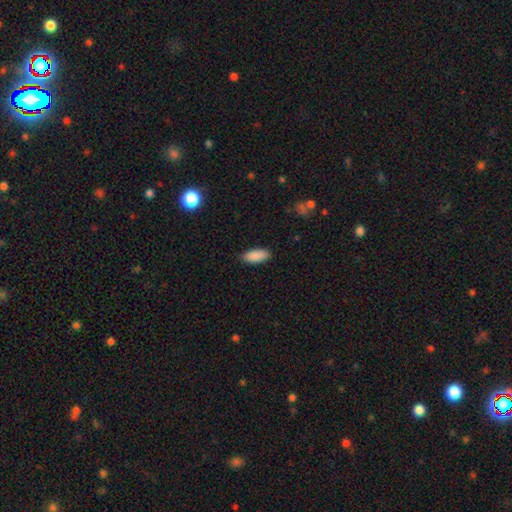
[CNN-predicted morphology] This is clearly a smooth galaxy (90%). How rounded: clearly in between (85%). Merging: clearly none (86%).